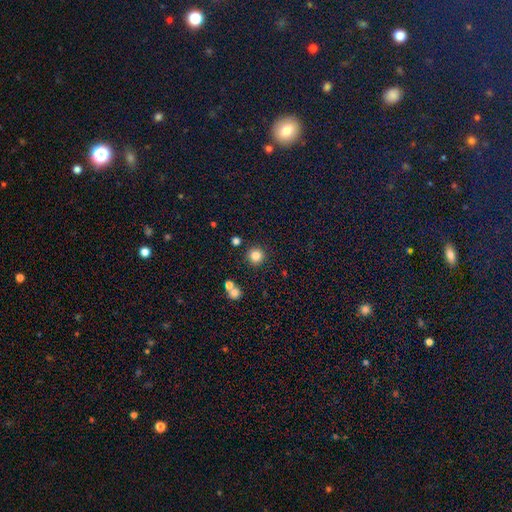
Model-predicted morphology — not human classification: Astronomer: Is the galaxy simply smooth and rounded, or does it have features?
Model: smooth — 83%.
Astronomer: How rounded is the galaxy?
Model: round — 94%.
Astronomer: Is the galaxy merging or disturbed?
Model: none — 85%.